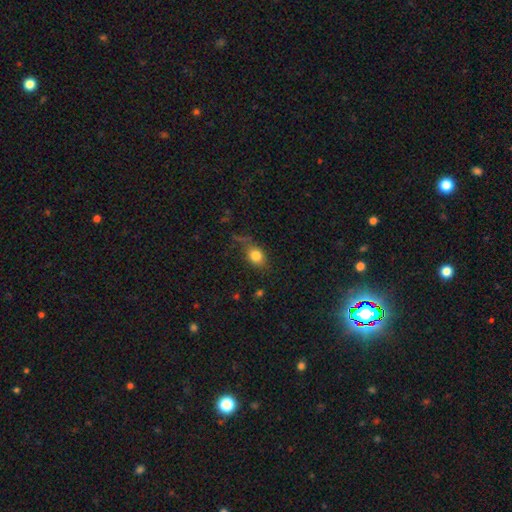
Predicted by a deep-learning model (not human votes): Smooth or featured: smooth — 79% (star or artifact — 10%)
How rounded: in between — 63% (round — 35%)
Merging: none — 63% (minor disturbance — 22%)